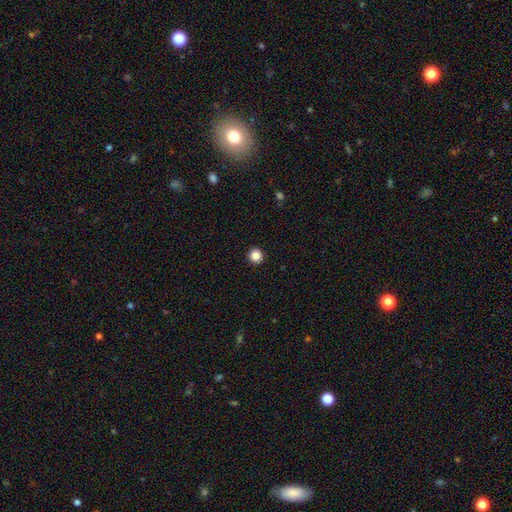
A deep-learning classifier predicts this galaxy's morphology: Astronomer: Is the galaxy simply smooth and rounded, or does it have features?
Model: smooth — 86%.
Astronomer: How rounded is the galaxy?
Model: round — 96%.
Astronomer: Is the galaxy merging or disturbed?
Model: none — 94%.